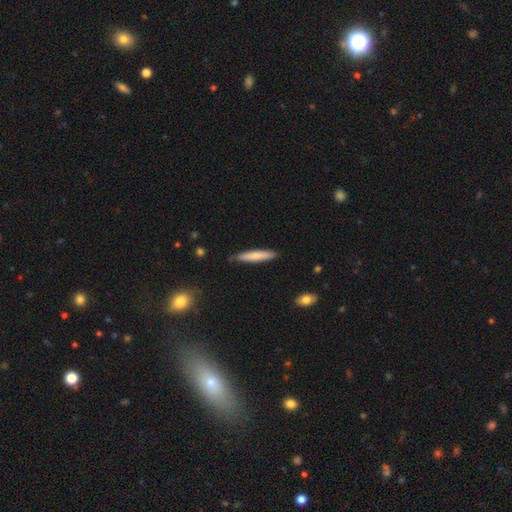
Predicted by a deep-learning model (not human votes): Overall: smooth (75%). How rounded: cigar-shaped (91%). Merging: none (85%).